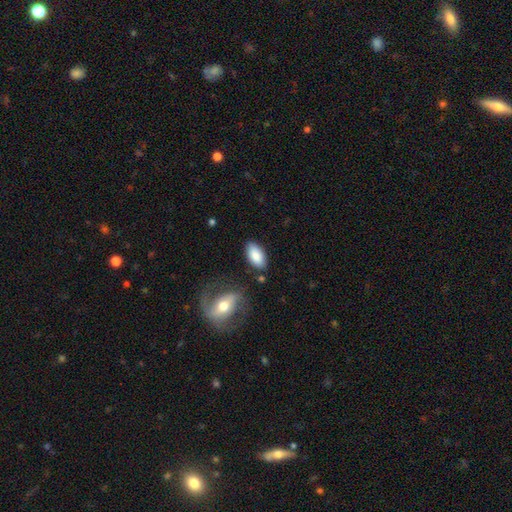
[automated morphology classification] A smooth galaxy with no disk features (84%) that is in between round and cigar-shaped (94%). Merging: none (80%).